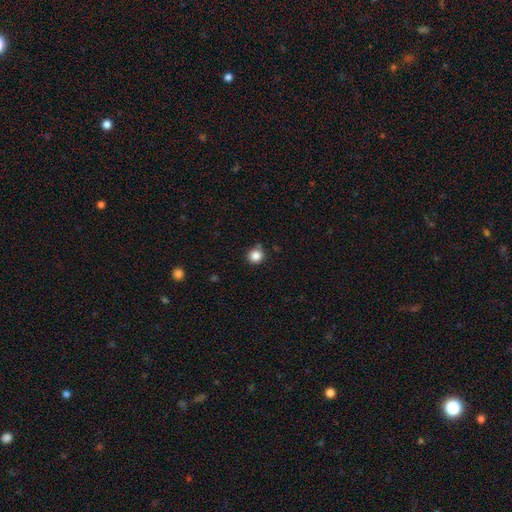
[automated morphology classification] The model was most divided on "merging": none: 82%, minor disturbance: 13%, merger: 3%, major disturbance: 3%. More confident: how rounded — round (91%); smooth or featured — smooth (85%).